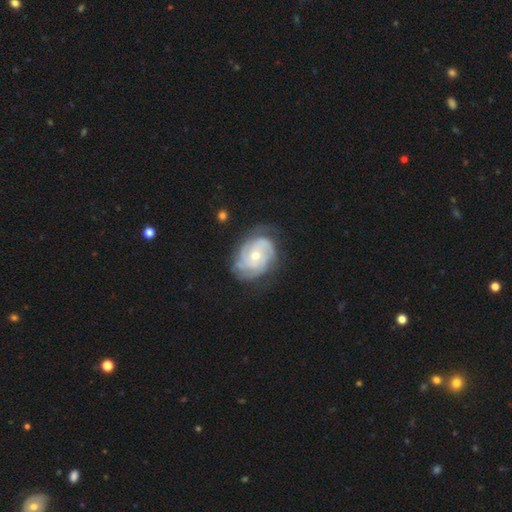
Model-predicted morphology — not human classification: Smooth or featured: featured or disk — 87% (smooth — 8%)
Edge-on disk: no — 98% (yes — 2%)
Bar: no — 74% (weak — 22%)
Spiral arms: yes — 97% (no — 3%)
Spiral winding: tight — 69% (medium — 26%)
Spiral arm count: 3 — 32% (can't tell — 24%)
Bulge size: moderate — 55% (small — 41%)
Merging: none — 72% (minor disturbance — 19%)